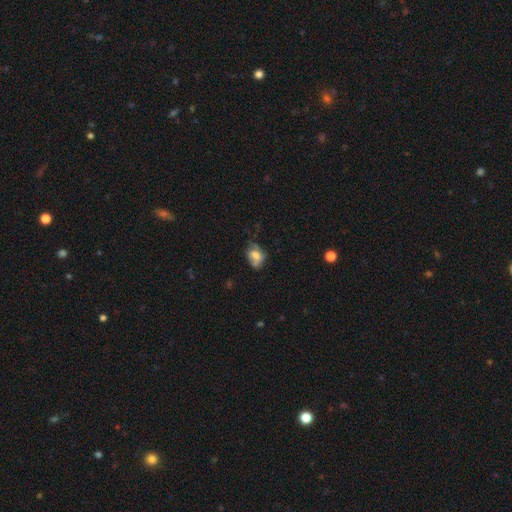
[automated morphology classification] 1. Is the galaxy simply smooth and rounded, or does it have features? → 58% smooth, 31% featured or disk, 11% star or artifact.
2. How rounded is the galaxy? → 75% in between, 23% round, 2% cigar-shaped.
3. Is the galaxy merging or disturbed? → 43% none, 32% minor disturbance, 17% major disturbance, 9% merger.